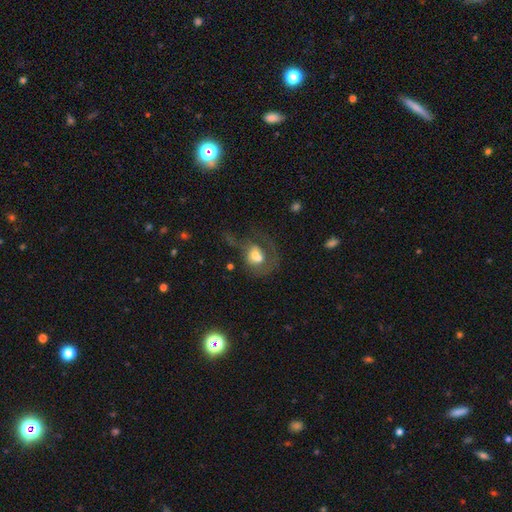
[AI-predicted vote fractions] Smooth or featured? Predicted: featured or disk (p=0.47). Merging? Predicted: merger (p=0.42).